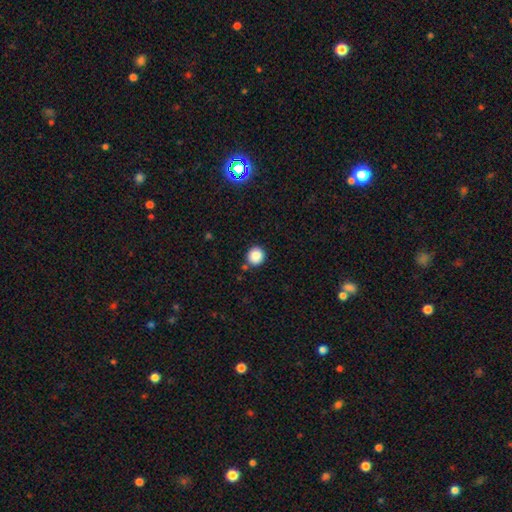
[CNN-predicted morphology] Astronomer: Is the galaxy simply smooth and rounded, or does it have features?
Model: smooth — 87%.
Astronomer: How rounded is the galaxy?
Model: round — 92%.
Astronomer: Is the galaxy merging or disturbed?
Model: none — 85%.